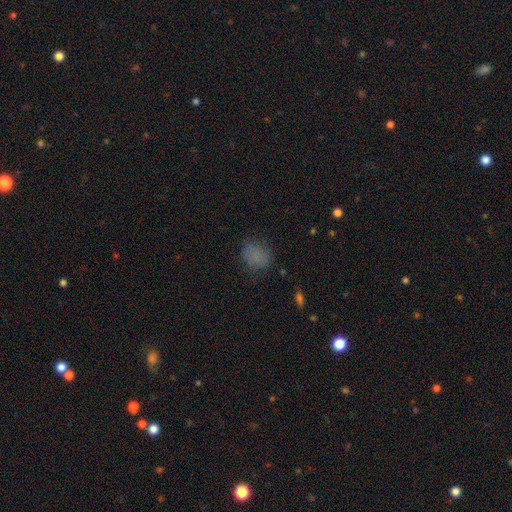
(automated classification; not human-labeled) The model was most divided on "how rounded": round: 55%, in between: 43%, cigar-shaped: 1%. More confident: smooth or featured — smooth (75%); merging — none (70%).